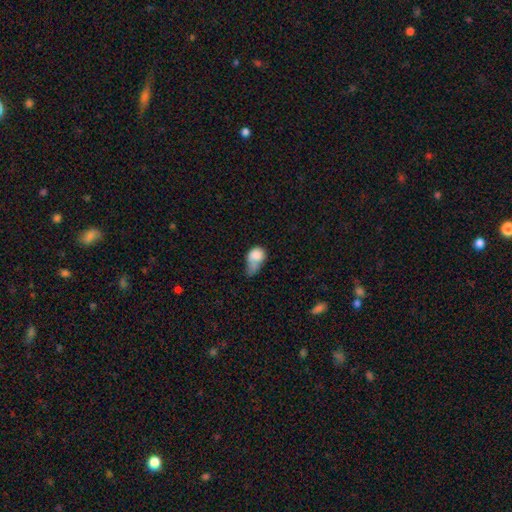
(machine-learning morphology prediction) Smooth or featured? smooth (79%)
How rounded? in between (65%)
Merging? major disturbance (33%)